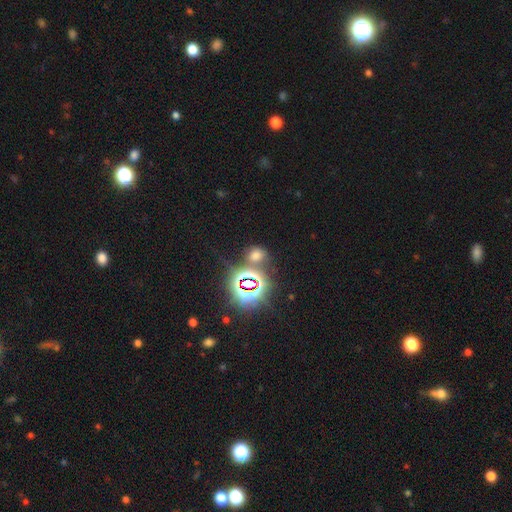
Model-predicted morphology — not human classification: Q: Smooth or featured?
A: star or artifact (48%); runner-up: smooth (45%)